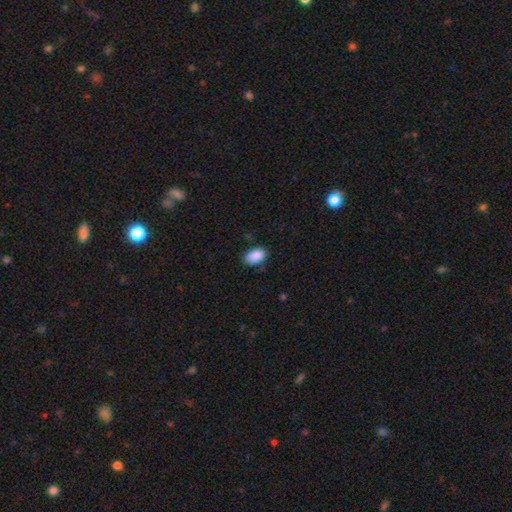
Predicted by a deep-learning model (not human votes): A smooth galaxy with no disk features (89%) that is in between round and cigar-shaped (90%). Merging: none (76%).